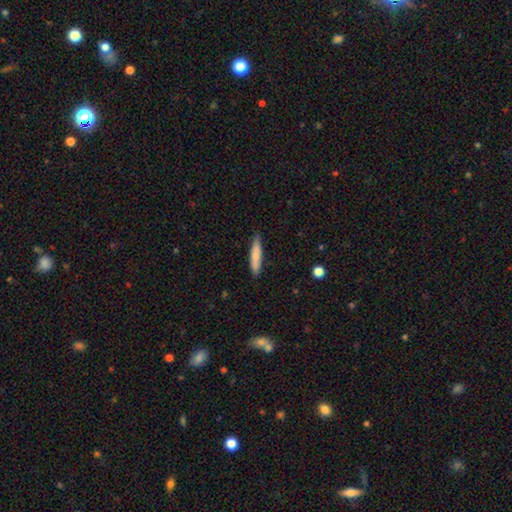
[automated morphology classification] A smooth galaxy with no disk features (79%) that is cigar-shaped (86%). Merging: none (82%).